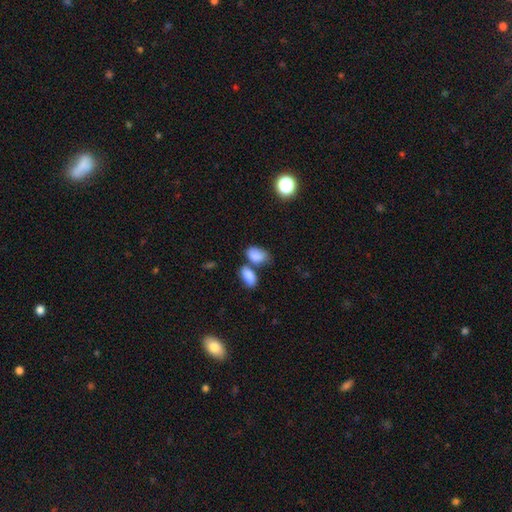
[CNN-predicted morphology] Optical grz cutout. It shows a smooth galaxy with no disk features (85%) that is in between round and cigar-shaped (91%). Merging: none (44%).